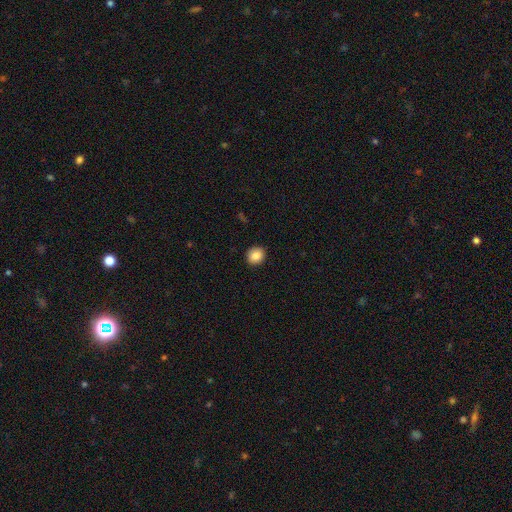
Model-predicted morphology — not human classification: The model was most divided on "how rounded": round: 84%, in between: 15%, cigar-shaped: 1%. More confident: merging — none (92%); smooth or featured — smooth (87%).